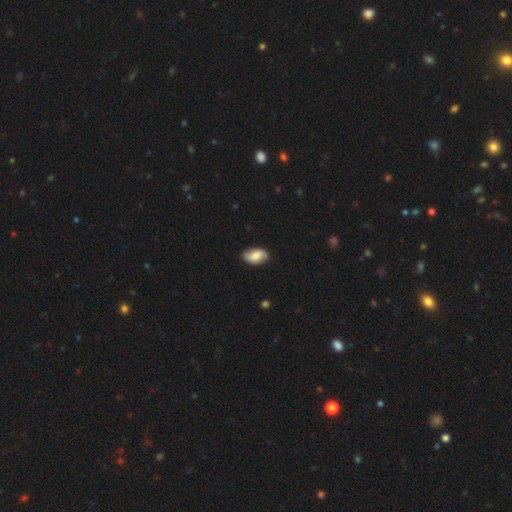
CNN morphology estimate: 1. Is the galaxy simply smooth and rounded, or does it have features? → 63% smooth, 30% featured or disk, 7% star or artifact.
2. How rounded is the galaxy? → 92% in between, 5% round, 2% cigar-shaped.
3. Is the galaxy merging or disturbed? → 81% none, 15% minor disturbance, 3% major disturbance, 1% merger.